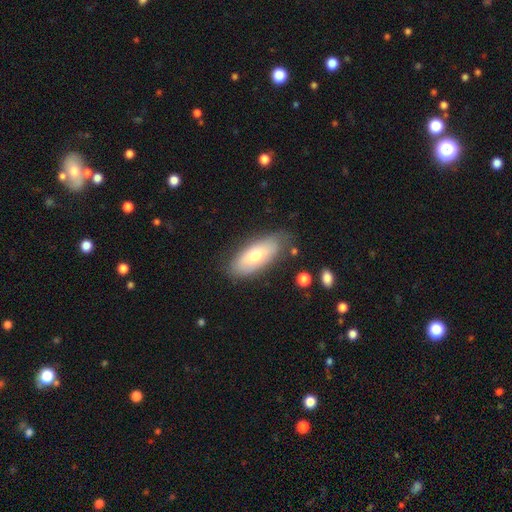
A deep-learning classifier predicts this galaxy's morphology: smooth_or_featured: smooth (p=0.63) [alt: featured or disk p=0.30]
how_rounded: in between (p=0.85) [alt: cigar-shaped p=0.12]
merging: none (p=0.75) [alt: minor disturbance p=0.19]